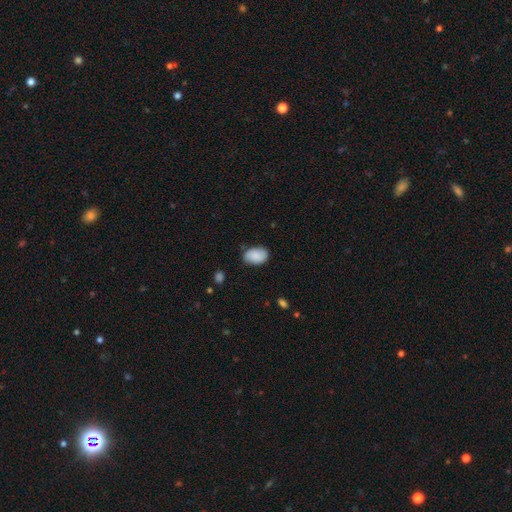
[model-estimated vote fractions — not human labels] Q: Smooth or featured?
A: smooth (84%); runner-up: featured or disk (10%)
Q: How rounded?
A: in between (86%); runner-up: round (13%)
Q: Merging?
A: none (76%); runner-up: minor disturbance (19%)